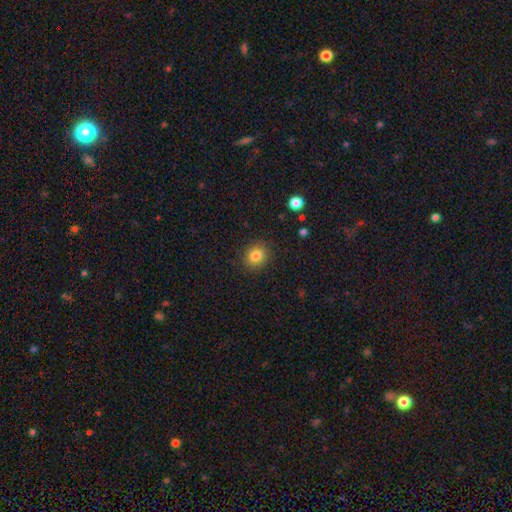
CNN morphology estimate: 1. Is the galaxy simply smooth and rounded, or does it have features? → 83% smooth, 10% star or artifact, 6% featured or disk.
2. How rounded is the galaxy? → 75% round, 24% in between, 1% cigar-shaped.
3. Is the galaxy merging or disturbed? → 88% none, 8% minor disturbance, 3% major disturbance, 1% merger.